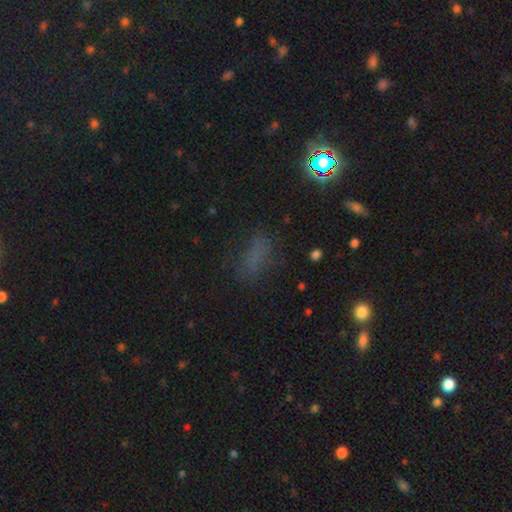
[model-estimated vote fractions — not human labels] smooth-or-featured: smooth: 57% | star or artifact: 31% | featured or disk: 13%
  how-rounded: in between: 67% | cigar-shaped: 22% | round: 11%
  merging: none: 68% | minor disturbance: 18% | major disturbance: 11% | merger: 3%